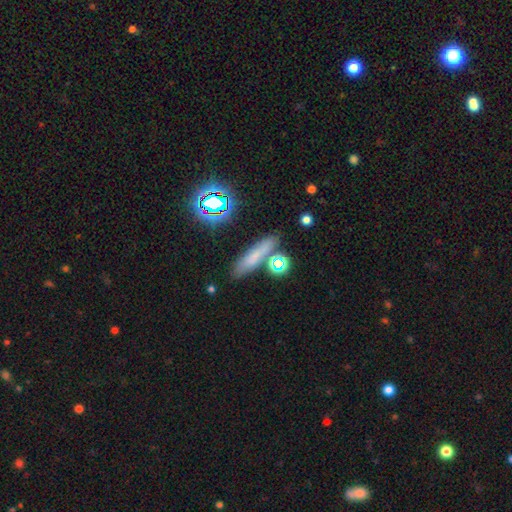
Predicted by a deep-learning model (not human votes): smooth_or_featured: smooth (p=0.66) [alt: star or artifact p=0.18]
how_rounded: cigar-shaped (p=0.71) [alt: in between p=0.21]
merging: none (p=0.74) [alt: minor disturbance p=0.13]